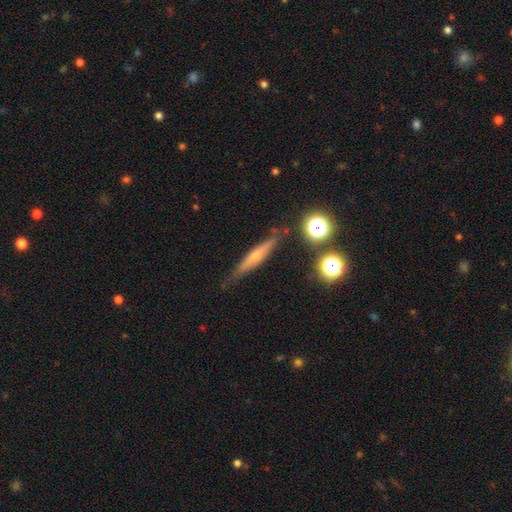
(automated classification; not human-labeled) Smooth or featured?
  - featured or disk: 51% *
  - smooth: 38%
  - star or artifact: 11%
Edge-on disk?
  - yes: 93% *
  - no: 7%
Merging?
  - none: 82% *
  - minor disturbance: 13%
  - major disturbance: 3%
  - merger: 3%